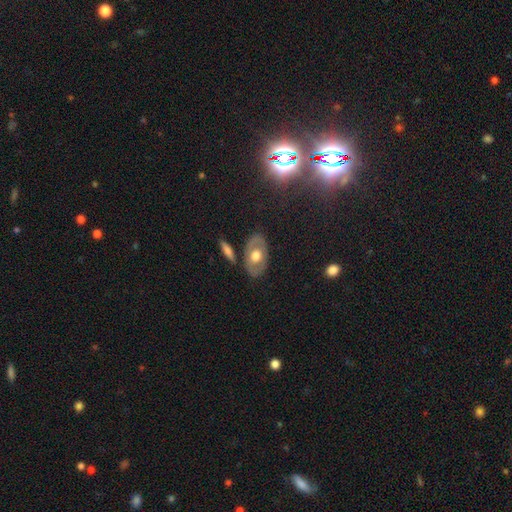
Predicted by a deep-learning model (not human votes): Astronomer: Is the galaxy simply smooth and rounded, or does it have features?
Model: featured or disk — 48% (runner-up: smooth, 46%).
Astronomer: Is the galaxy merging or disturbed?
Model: none — 79%.